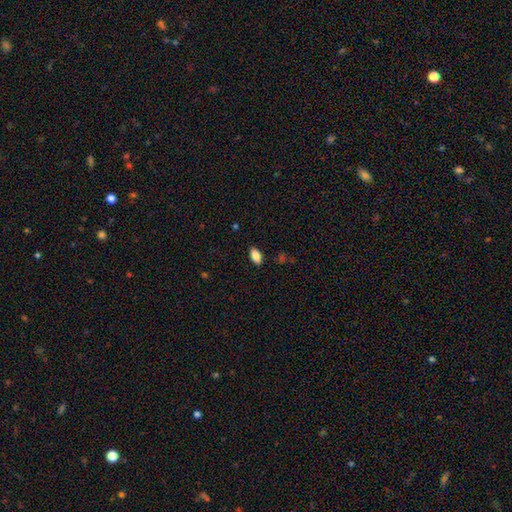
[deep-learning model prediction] This appears to be a smooth galaxy with no disk features (84%) that is in between round and cigar-shaped (91%). Merging: none (87%).